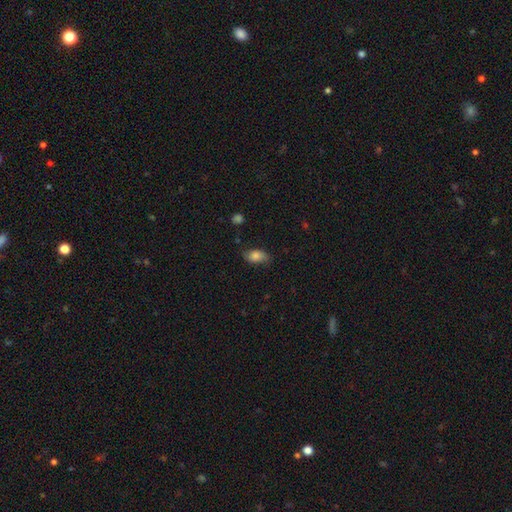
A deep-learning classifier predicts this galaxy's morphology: type=smooth (78%); roundness=in between (90%); merging=none (68%).